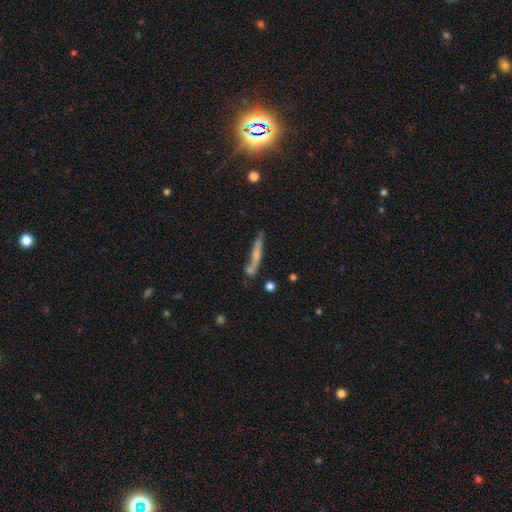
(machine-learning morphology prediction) A smooth galaxy with no disk features (46%).

Vote fractions:
- Smooth or featured? smooth: 46% / featured or disk: 44% / star or artifact: 10%
- Merging? none: 62% / minor disturbance: 19% / merger: 12% / major disturbance: 7%